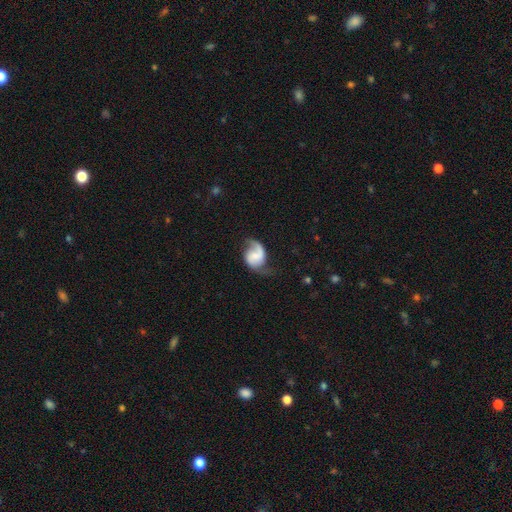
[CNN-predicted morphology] featured or disk 74%, smooth 20%, star or artifact 6%. Down the decision tree: edge-on disk — no (98%); bar — no (54%); spiral arms — yes (93%); spiral arm count — 2 (67%); spiral winding — loose (48%); bulge size — small (40%); merging — none (50%).